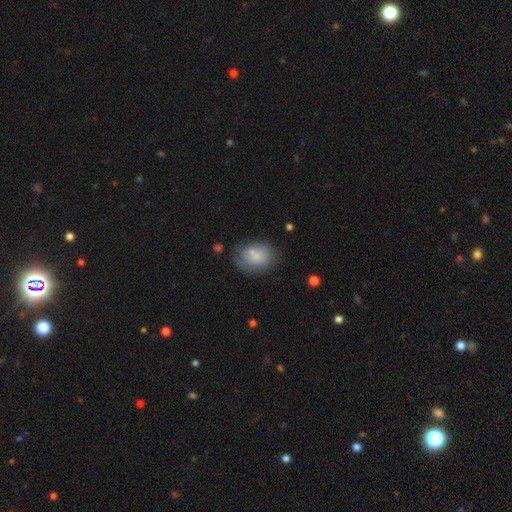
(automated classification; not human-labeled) This appears to be a smooth galaxy with no disk features (72%) that is in between round and cigar-shaped (55%). Merging: none (55%).